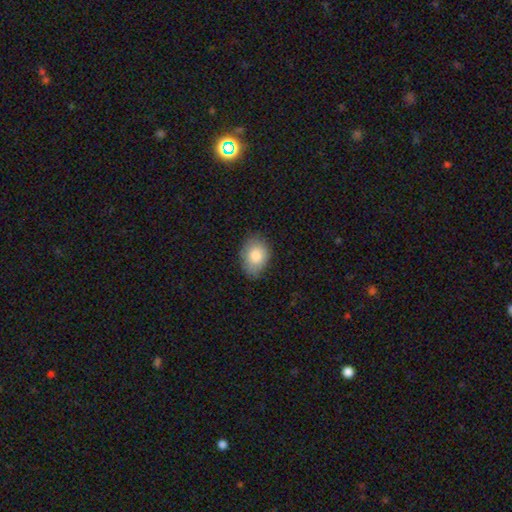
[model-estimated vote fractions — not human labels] A smooth galaxy with no disk features (83%) that is in between round and cigar-shaped (81%). Merging: none (77%).